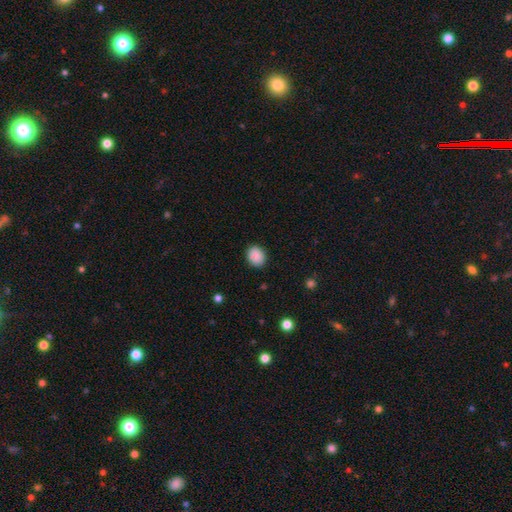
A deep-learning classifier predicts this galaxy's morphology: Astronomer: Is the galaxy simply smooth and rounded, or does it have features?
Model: smooth — 89%.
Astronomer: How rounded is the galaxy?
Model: round — 59% (runner-up: in between, 40%).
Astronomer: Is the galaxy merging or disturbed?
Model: none — 87%.